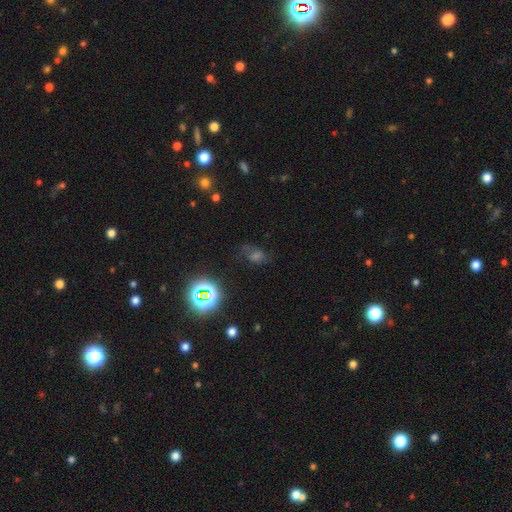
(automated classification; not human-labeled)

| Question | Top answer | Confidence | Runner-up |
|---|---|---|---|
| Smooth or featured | star or artifact | 43% | smooth (35%) |